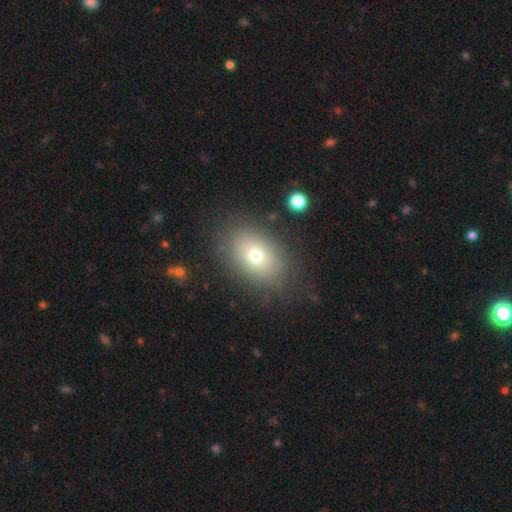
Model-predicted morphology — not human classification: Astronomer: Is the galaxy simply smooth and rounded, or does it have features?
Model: smooth — 71%.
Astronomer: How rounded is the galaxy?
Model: in between — 78%.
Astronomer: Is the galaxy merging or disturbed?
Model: none — 83%.